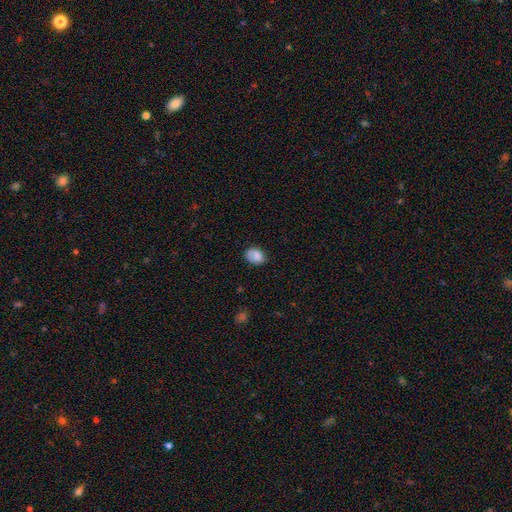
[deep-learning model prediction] smooth 78%, featured or disk 14%, star or artifact 8%. Down the decision tree: how rounded — in between (68%); merging — none (71%).